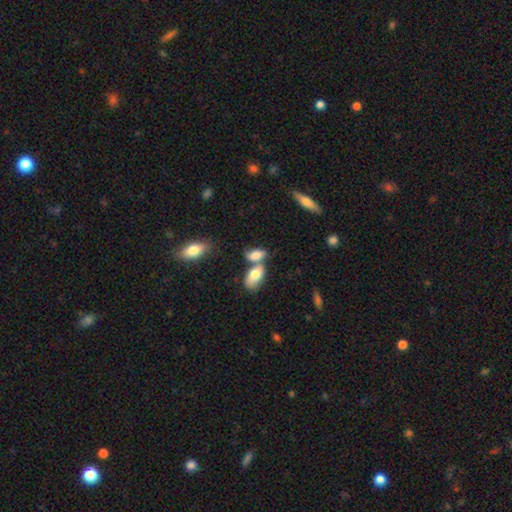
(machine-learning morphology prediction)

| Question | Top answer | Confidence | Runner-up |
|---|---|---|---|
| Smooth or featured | smooth | 73% | featured or disk (18%) |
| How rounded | in between | 87% | round (7%) |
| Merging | merger | 51% | none (30%) |